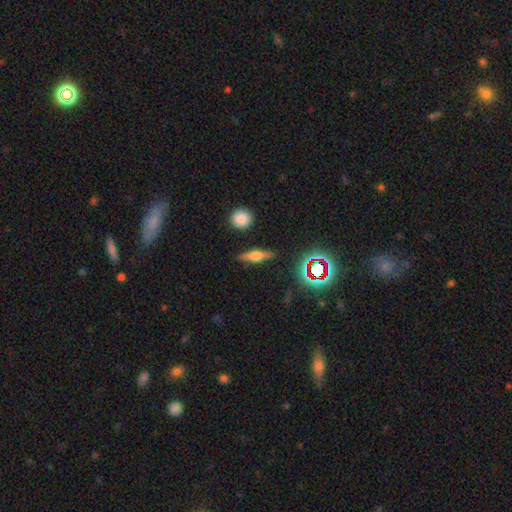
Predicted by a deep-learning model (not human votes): Smooth or featured? featured or disk (55%)
Edge-on disk? yes (93%)
Edge-on bulge? rounded (88%)
Merging? none (86%)